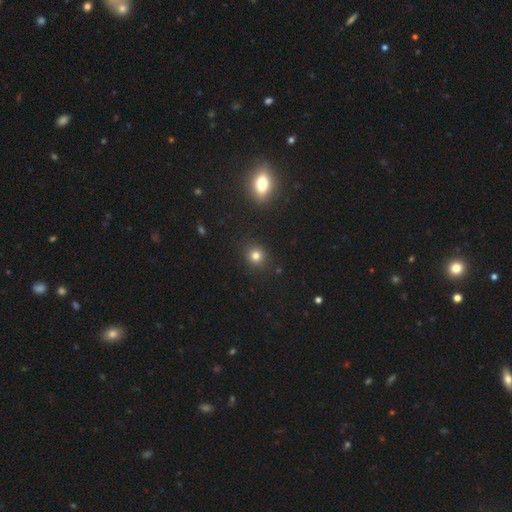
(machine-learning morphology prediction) Smooth or featured: smooth — 78% (star or artifact — 16%)
How rounded: round — 90% (in between — 9%)
Merging: none — 90% (minor disturbance — 6%)